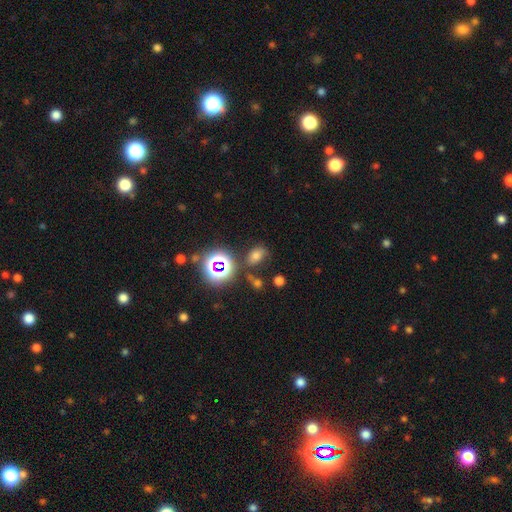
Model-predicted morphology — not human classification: Smooth or featured? smooth (61%)
How rounded? in between (76%)
Merging? none (68%)